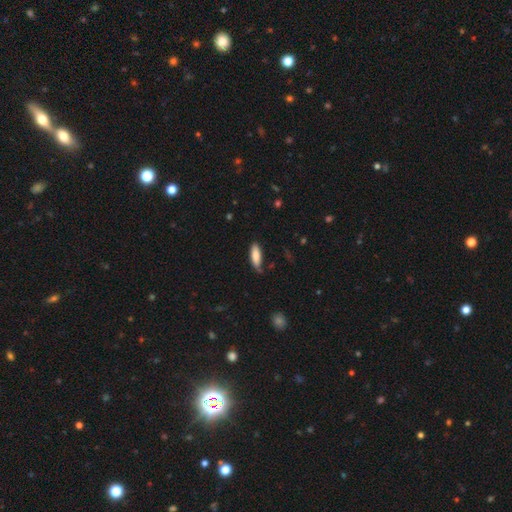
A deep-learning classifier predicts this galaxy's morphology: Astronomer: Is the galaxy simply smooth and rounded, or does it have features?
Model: smooth — 82%.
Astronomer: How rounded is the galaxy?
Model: in between — 58% (runner-up: cigar-shaped, 40%).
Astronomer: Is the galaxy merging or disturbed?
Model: none — 70%.